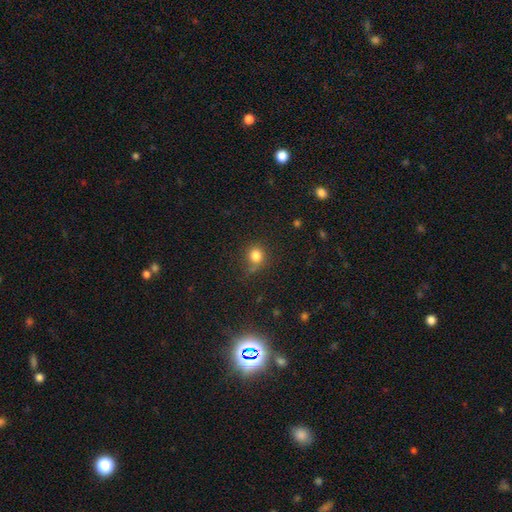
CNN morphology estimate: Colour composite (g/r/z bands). It shows a smooth galaxy with no disk features (80%) that is round (83%). Merging: none (67%).